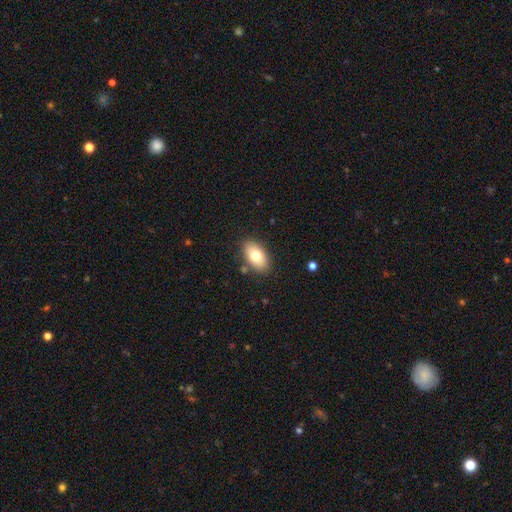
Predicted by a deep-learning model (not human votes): Smooth or featured? Predicted: smooth (p=0.75). How rounded? Predicted: in between (p=0.92). Merging? Predicted: none (p=0.85).